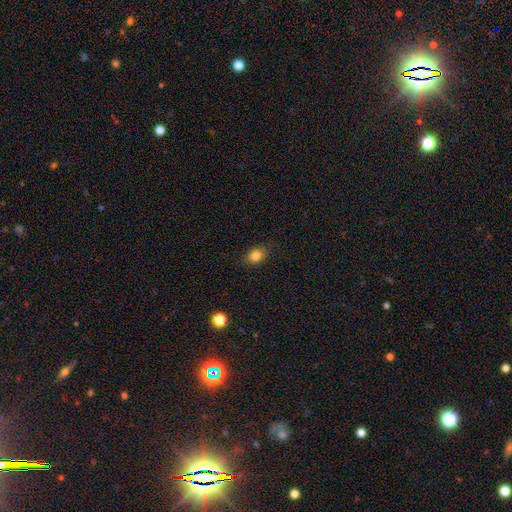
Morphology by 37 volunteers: Smooth or featured? 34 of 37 (92%) said smooth. How rounded? 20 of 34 (59%) said round. Merging? 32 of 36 (89%) said none.